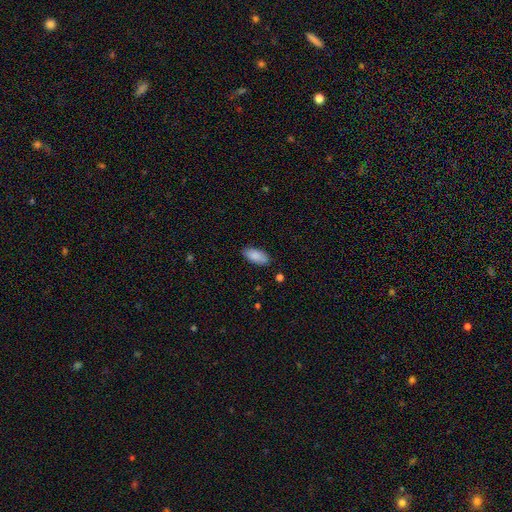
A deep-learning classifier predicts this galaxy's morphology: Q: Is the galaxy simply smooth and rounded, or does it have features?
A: smooth — 89%.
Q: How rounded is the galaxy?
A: in between — 91%.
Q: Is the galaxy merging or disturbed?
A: none — 85%.